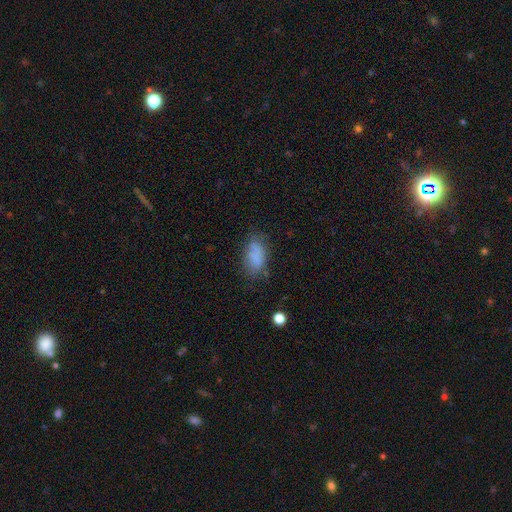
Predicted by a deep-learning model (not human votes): The model was most divided on "merging": none: 66%, minor disturbance: 23%, major disturbance: 9%, merger: 3%. More confident: how rounded — in between (90%); smooth or featured — smooth (80%).